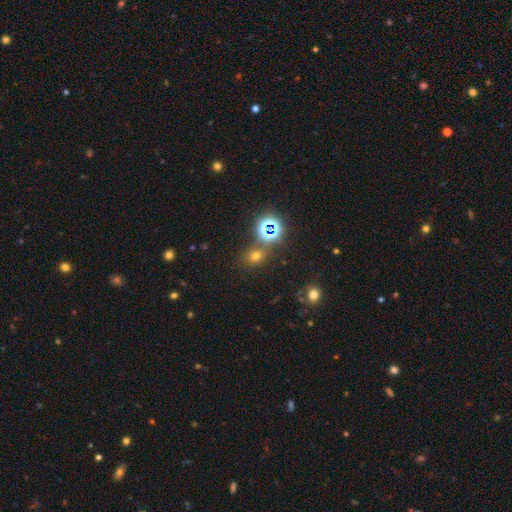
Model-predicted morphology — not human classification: Overall: smooth (54%; star or artifact 38%). How rounded: round (58%; in between 41%). Merging: none (72%).